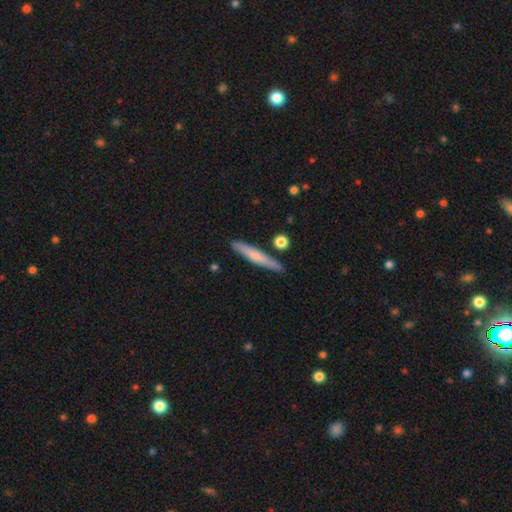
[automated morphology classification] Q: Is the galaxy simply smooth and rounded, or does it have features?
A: smooth — 58%.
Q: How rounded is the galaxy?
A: cigar-shaped — 93%.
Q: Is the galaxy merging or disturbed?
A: none — 86%.